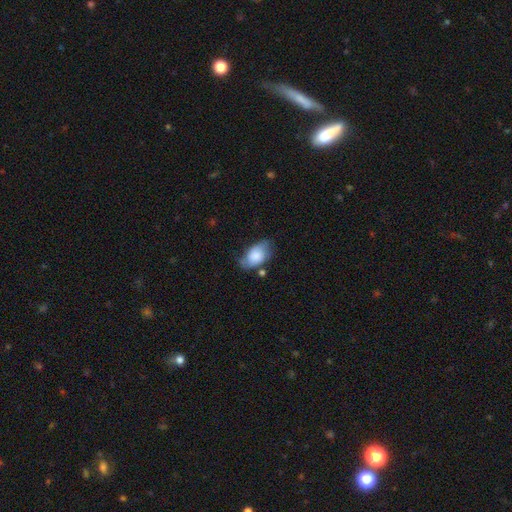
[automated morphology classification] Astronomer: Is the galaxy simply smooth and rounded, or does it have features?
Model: smooth — 73%.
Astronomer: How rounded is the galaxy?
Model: in between — 91%.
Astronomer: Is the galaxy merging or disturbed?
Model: none — 53% (runner-up: minor disturbance, 32%).